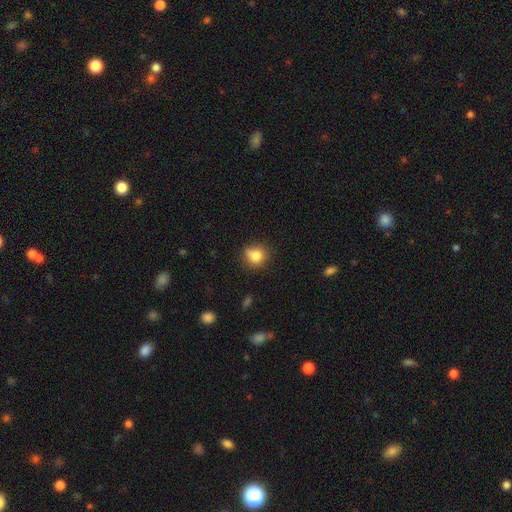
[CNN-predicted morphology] type=smooth (80%); roundness=round (80%); merging=none (64%).